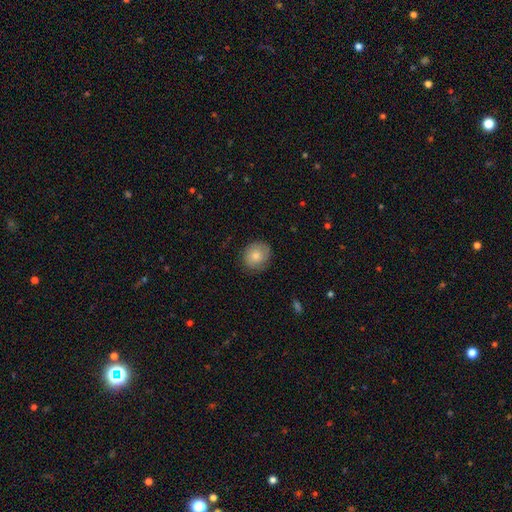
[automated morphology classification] smooth-or-featured: smooth: 79% | featured or disk: 14% | star or artifact: 8%
  how-rounded: round: 78% | in between: 21% | cigar-shaped: 1%
  merging: none: 82% | minor disturbance: 14% | major disturbance: 3% | merger: 1%